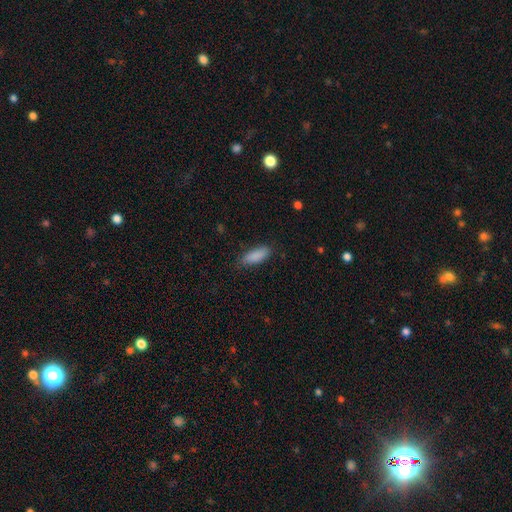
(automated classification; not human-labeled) A smooth galaxy with no disk features (88%) that is in between round and cigar-shaped (69%). Merging: none (82%).